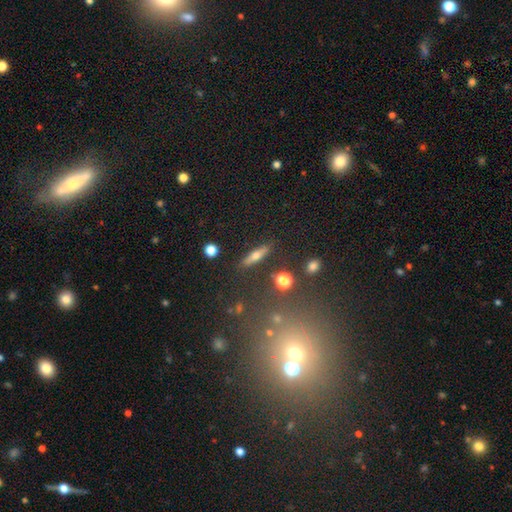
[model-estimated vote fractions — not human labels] Morphology: type=featured or disk (49%); merging=none (87%).